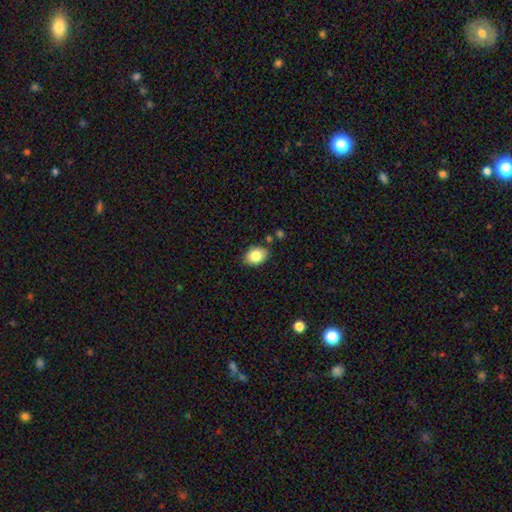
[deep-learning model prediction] Q: Smooth or featured?
A: smooth (83%); runner-up: featured or disk (9%)
Q: How rounded?
A: in between (72%); runner-up: round (26%)
Q: Merging?
A: none (81%); runner-up: minor disturbance (13%)